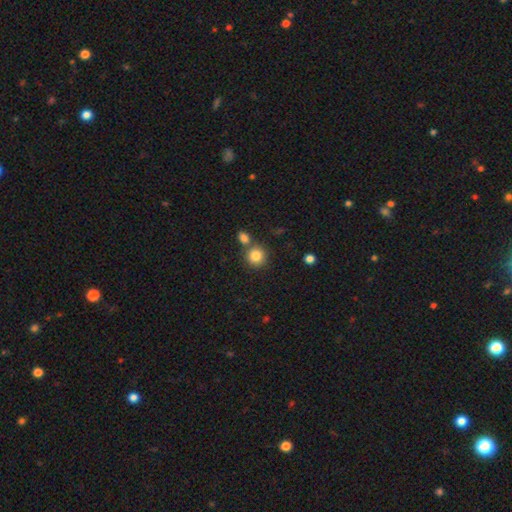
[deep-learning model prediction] Smooth or featured?
  - smooth: 83% *
  - star or artifact: 10%
  - featured or disk: 7%
How rounded?
  - round: 89% *
  - in between: 10%
  - cigar-shaped: 1%
Merging?
  - none: 66% *
  - merger: 23%
  - minor disturbance: 8%
  - major disturbance: 3%